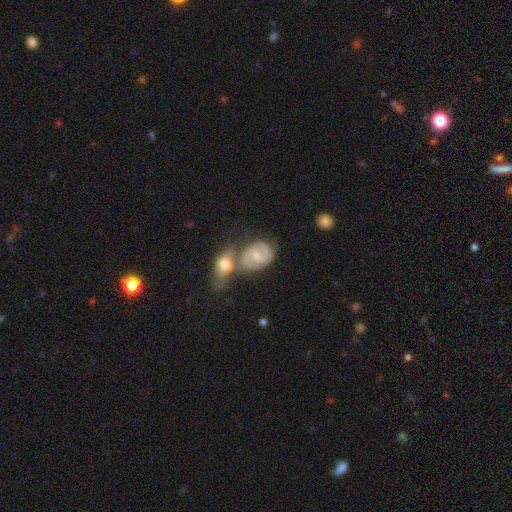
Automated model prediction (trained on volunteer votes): Overall: featured or disk (77%). Edge-on disk: no (97%). Bar: no (51%; weak 39%). Spiral arms: yes (92%). Spiral arm count: 2 (84%). Spiral winding: tight (50%; medium 41%). Bulge size: small (51%; moderate 40%). Merging: none (42%; merger 40%).